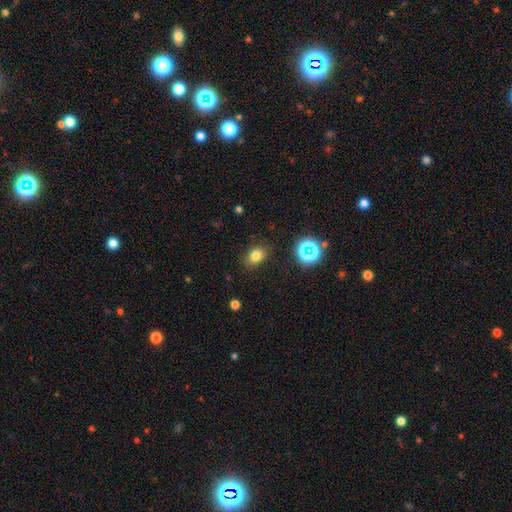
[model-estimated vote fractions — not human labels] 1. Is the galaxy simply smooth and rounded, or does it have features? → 77% smooth, 16% star or artifact, 7% featured or disk.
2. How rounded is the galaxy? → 63% in between, 36% round, 1% cigar-shaped.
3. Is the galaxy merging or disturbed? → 86% none, 10% minor disturbance, 3% major disturbance, 2% merger.